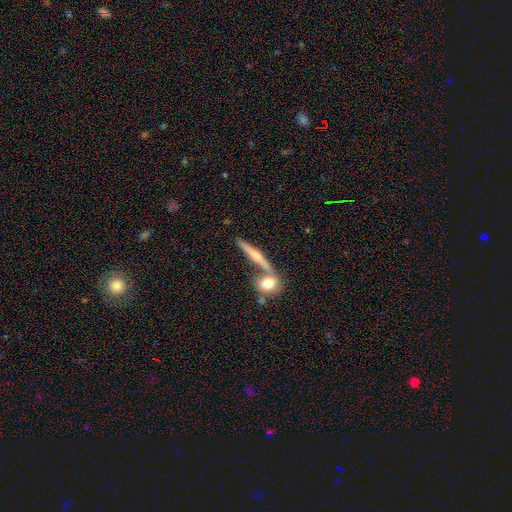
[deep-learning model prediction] Q: Smooth or featured?
A: featured or disk (54%); runner-up: smooth (39%)
Q: Edge-on disk?
A: yes (92%); runner-up: no (8%)
Q: Merging?
A: none (64%); runner-up: merger (22%)